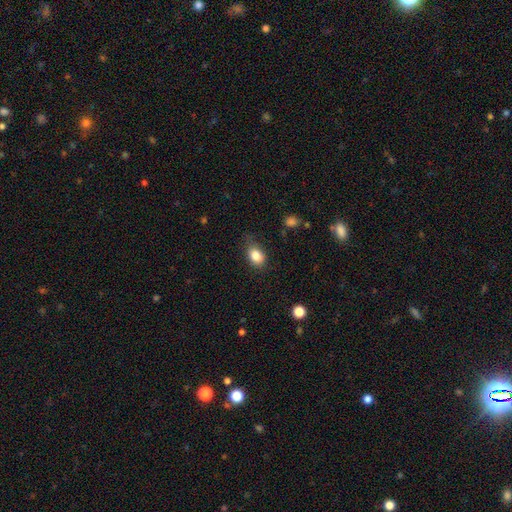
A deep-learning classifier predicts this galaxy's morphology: A smooth galaxy with no disk features (84%) that is in between round and cigar-shaped (73%).

Vote fractions:
- Smooth or featured? smooth: 84% / star or artifact: 9% / featured or disk: 7%
- How rounded? in between: 73% / round: 25% / cigar-shaped: 1%
- Merging? none: 66% / minor disturbance: 26% / major disturbance: 6% / merger: 2%